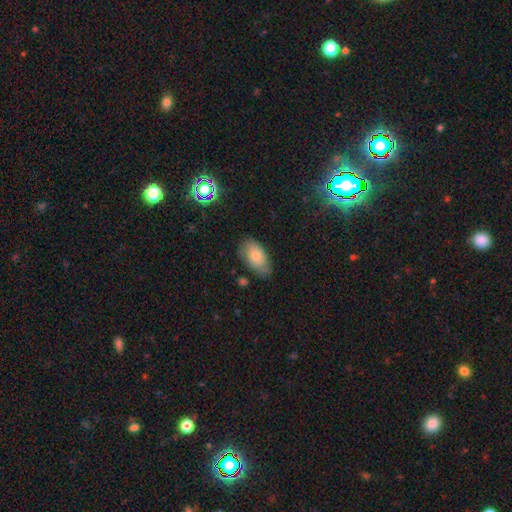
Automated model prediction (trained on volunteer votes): Q: Smooth or featured?
A: smooth (67%); runner-up: featured or disk (21%)
Q: How rounded?
A: in between (91%); runner-up: round (7%)
Q: Merging?
A: none (71%); runner-up: minor disturbance (22%)